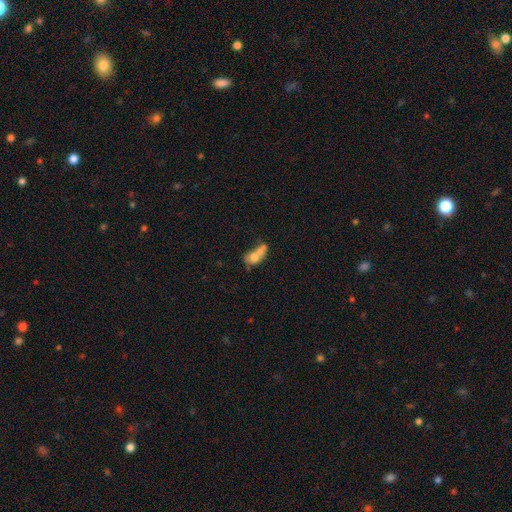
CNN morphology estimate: The model was most divided on "how rounded": in between: 64%, round: 32%, cigar-shaped: 3%. More confident: smooth or featured — smooth (64%); merging — merger (62%).